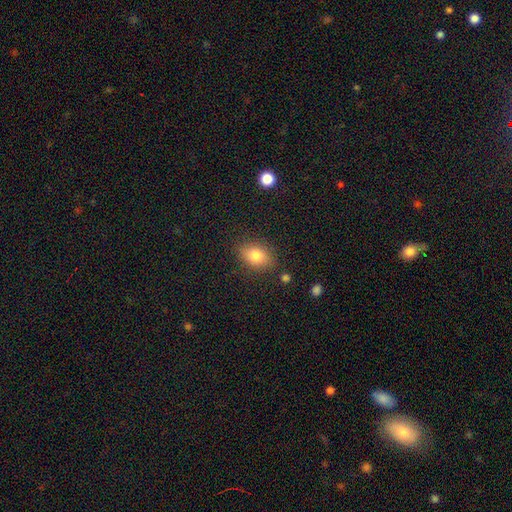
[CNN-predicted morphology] This appears to be a smooth galaxy with no disk features (80%) that is in between round and cigar-shaped (77%). Merging: none (83%).